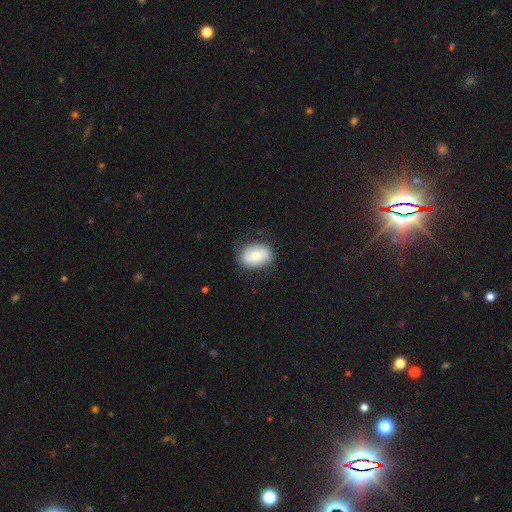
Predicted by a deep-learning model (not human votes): Smooth or featured? Predicted: smooth (p=0.67). How rounded? Predicted: in between (p=0.71). Merging? Predicted: none (p=0.77).